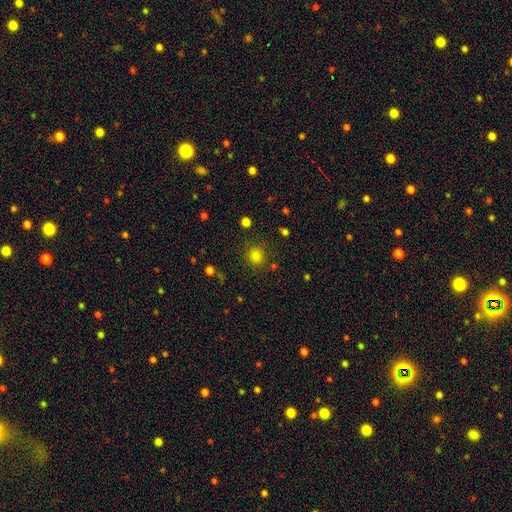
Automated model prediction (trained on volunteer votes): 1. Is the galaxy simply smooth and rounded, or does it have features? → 79% smooth, 17% star or artifact, 4% featured or disk.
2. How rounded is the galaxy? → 86% round, 13% in between, 1% cigar-shaped.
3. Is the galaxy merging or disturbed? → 84% none, 10% minor disturbance, 4% major disturbance, 2% merger.